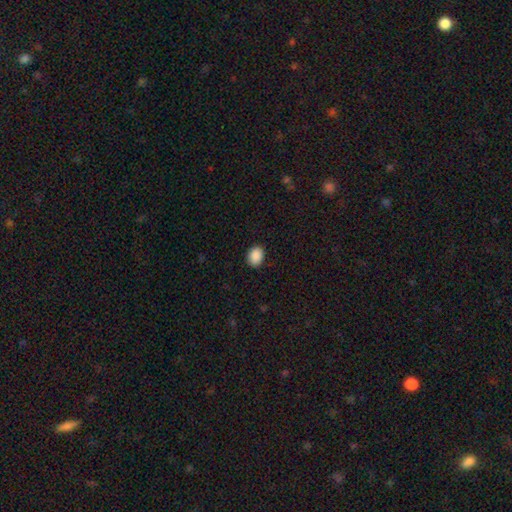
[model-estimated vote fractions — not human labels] Morphology: type=smooth (90%); roundness=in between (67%); merging=none (89%).